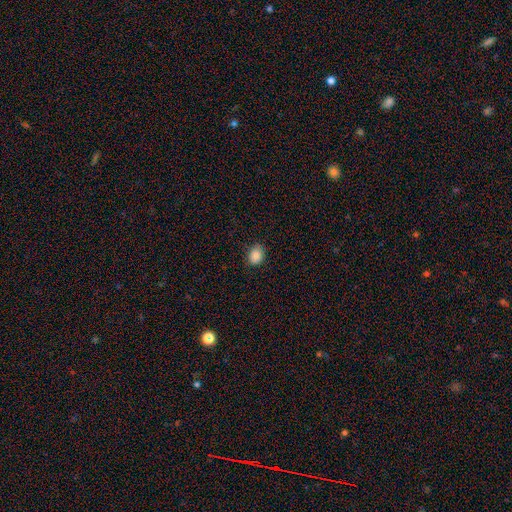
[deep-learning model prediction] Smooth or featured? Predicted: smooth (p=0.87). How rounded? Predicted: in between (p=0.50). Merging? Predicted: none (p=0.82).